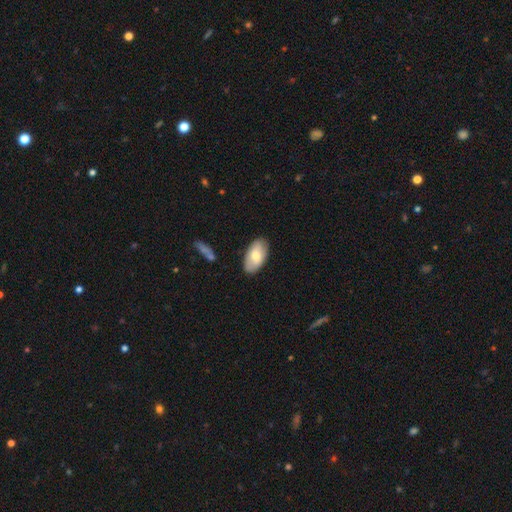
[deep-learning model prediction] This appears to be a smooth galaxy with no disk features (67%) that is in between round and cigar-shaped (95%). Merging: none (83%).